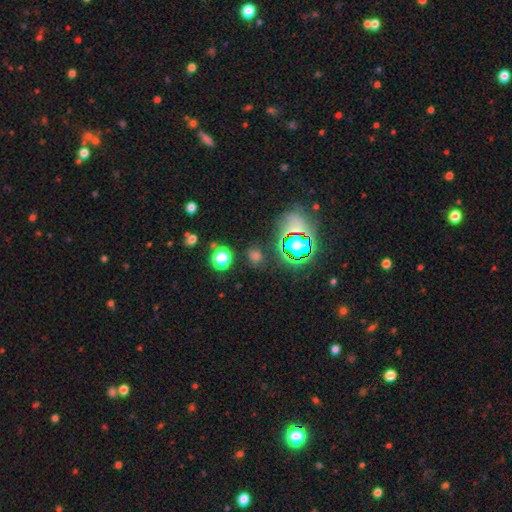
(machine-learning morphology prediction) type=star or artifact (47%).